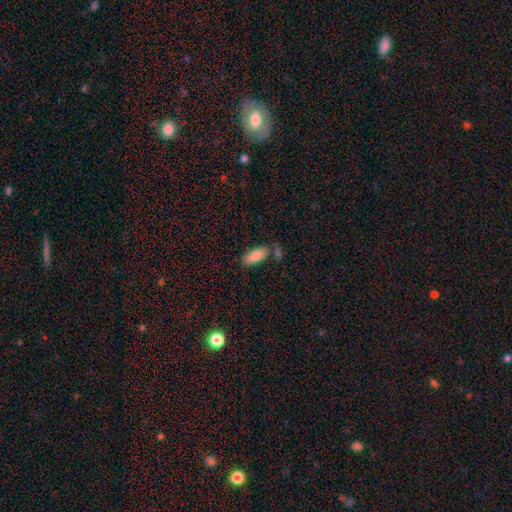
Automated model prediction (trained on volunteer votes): This is clearly a smooth galaxy (84%). How rounded: clearly in between (86%). Merging: likely none (69%).